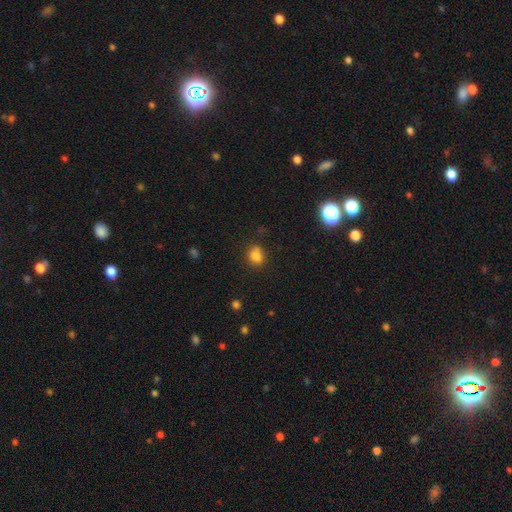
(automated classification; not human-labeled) smooth-or-featured: smooth: 81% | star or artifact: 12% | featured or disk: 7%
  how-rounded: in between: 50% | round: 49% | cigar-shaped: 1%
  merging: none: 71% | minor disturbance: 19% | merger: 6% | major disturbance: 5%